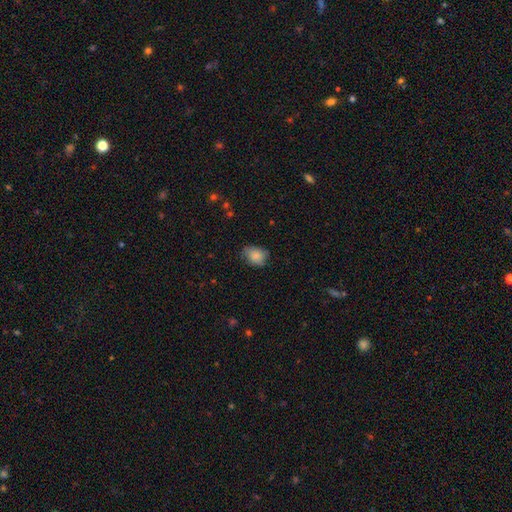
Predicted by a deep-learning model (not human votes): smooth_or_featured: smooth (p=0.82) [alt: featured or disk p=0.10]
how_rounded: in between (p=0.66) [alt: round p=0.33]
merging: none (p=0.63) [alt: minor disturbance p=0.29]